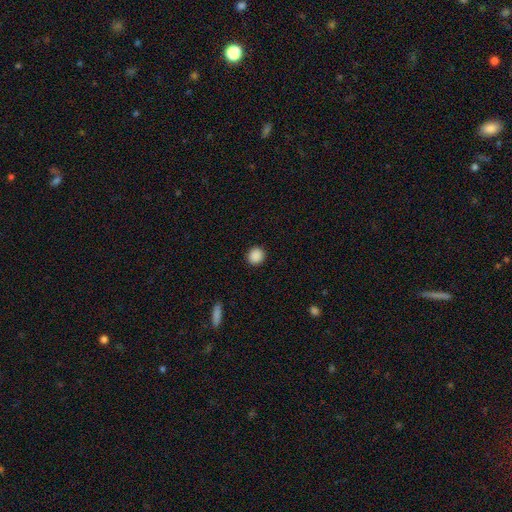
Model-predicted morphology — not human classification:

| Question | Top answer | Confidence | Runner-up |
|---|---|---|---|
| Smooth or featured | smooth | 89% | star or artifact (9%) |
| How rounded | round | 88% | in between (11%) |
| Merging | none | 92% | minor disturbance (5%) |